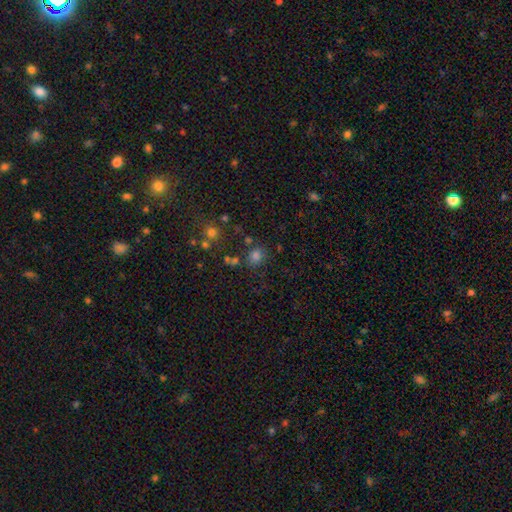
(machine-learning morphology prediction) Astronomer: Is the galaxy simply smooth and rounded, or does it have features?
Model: smooth — 74%.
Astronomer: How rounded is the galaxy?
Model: round — 64%.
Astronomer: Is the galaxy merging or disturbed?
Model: none — 71%.